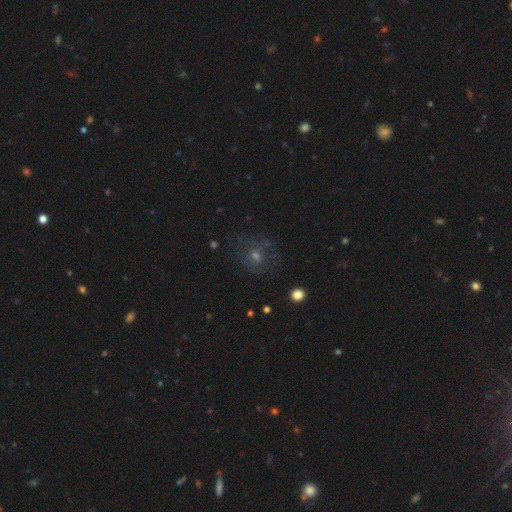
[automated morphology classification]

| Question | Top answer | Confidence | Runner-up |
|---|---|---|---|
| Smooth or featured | smooth | 39% | featured or disk (31%) |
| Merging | none | 70% | minor disturbance (16%) |